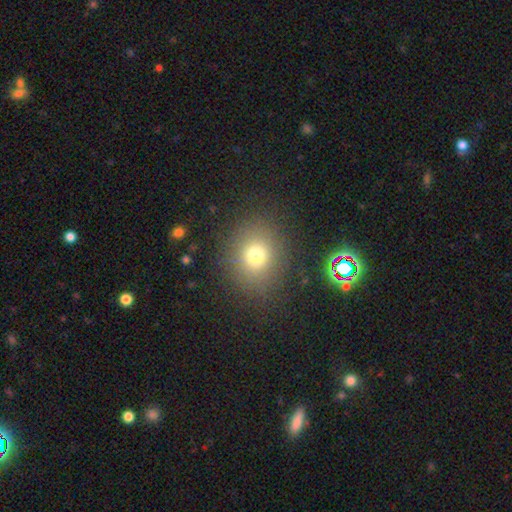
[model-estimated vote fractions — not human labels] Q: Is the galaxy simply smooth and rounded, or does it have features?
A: smooth — 72%.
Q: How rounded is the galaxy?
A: round — 74%.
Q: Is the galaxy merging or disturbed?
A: none — 84%.